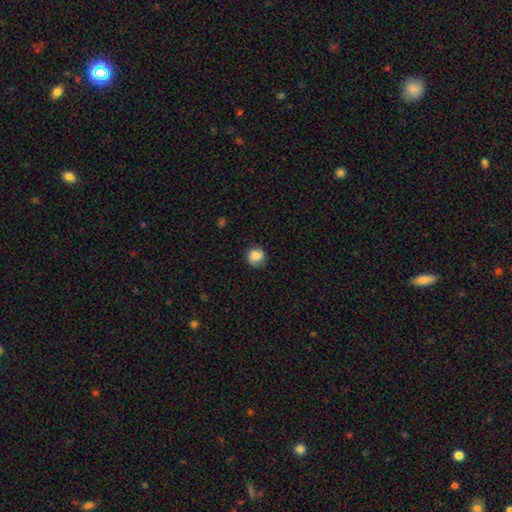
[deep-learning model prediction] Q: Smooth or featured?
A: smooth (71%); runner-up: featured or disk (20%)
Q: How rounded?
A: round (84%); runner-up: in between (15%)
Q: Merging?
A: none (77%); runner-up: minor disturbance (17%)